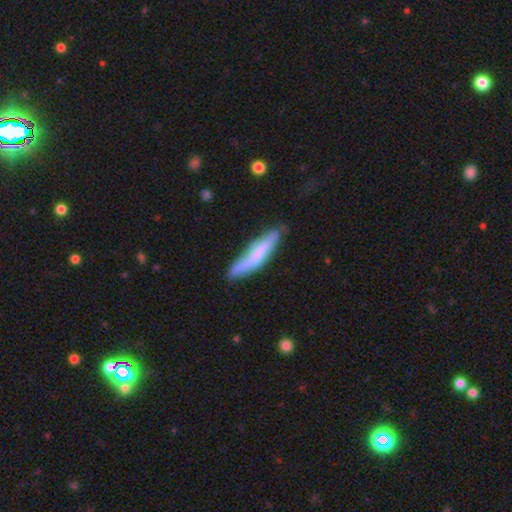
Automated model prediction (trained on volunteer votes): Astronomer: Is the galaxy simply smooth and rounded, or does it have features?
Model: smooth — 60%.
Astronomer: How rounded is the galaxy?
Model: cigar-shaped — 84%.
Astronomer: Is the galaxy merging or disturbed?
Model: none — 70%.